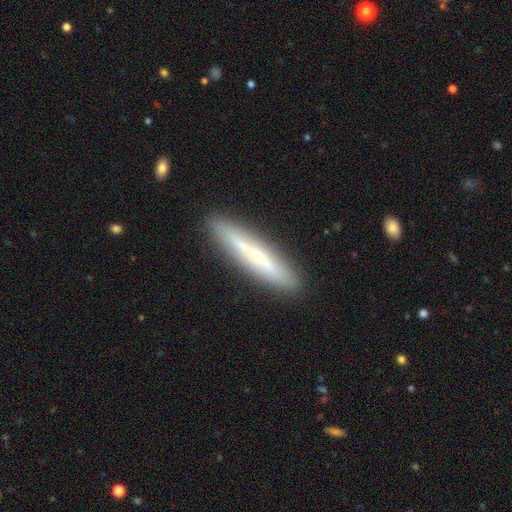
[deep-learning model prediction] This appears to be a smooth galaxy with no disk features (47%). Merging: none (88%).